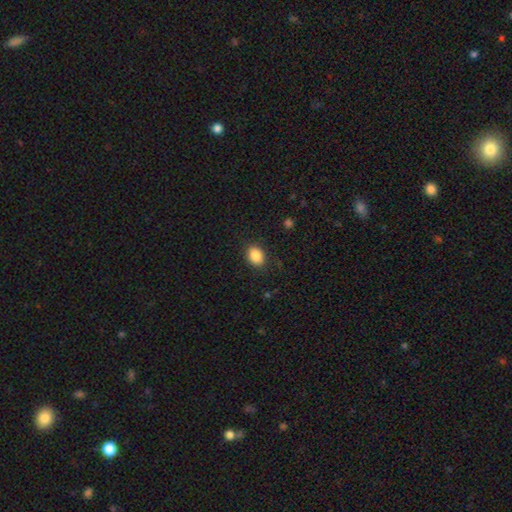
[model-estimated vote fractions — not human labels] This appears to be a smooth galaxy with no disk features (88%) that is in between round and cigar-shaped (72%). Merging: none (87%).